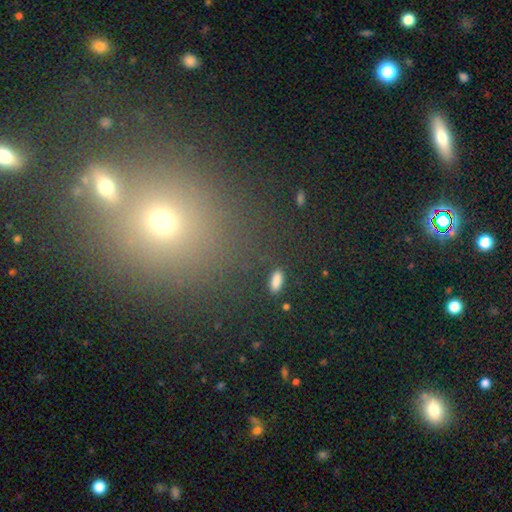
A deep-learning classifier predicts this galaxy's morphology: This is possibly a smooth galaxy (50%). Merging: likely none (66%).